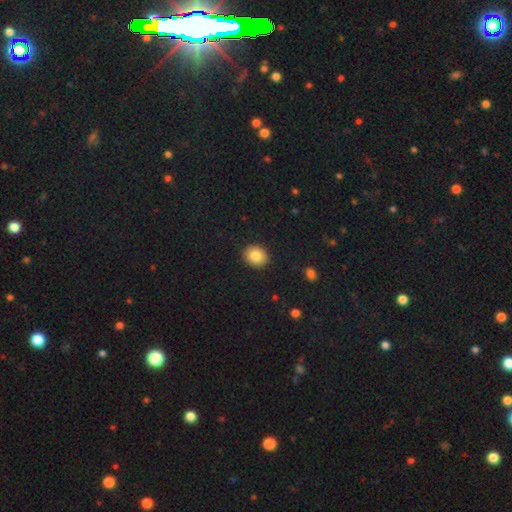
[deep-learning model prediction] This appears to be a smooth galaxy with no disk features (84%) that is round (66%). Merging: none (91%).